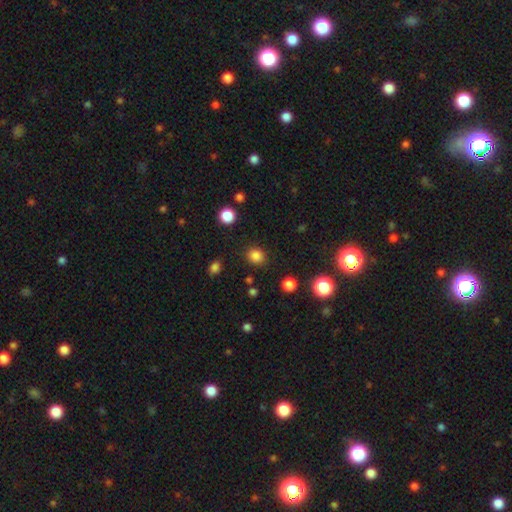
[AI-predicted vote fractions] A smooth galaxy with no disk features (84%) that is round (76%). Merging: none (87%).